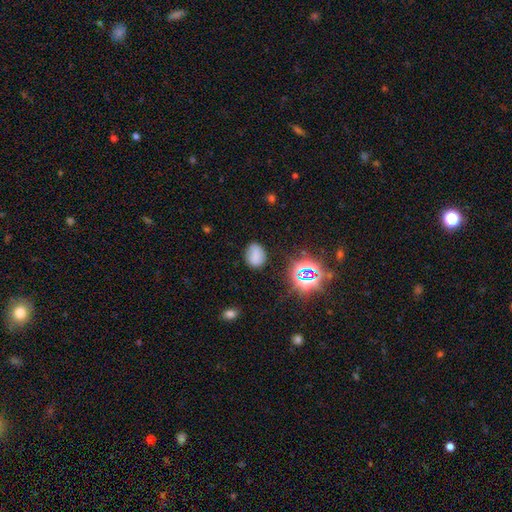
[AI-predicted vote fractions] This is likely a smooth galaxy (68%). How rounded: possibly in between (59%). Merging: likely none (75%).